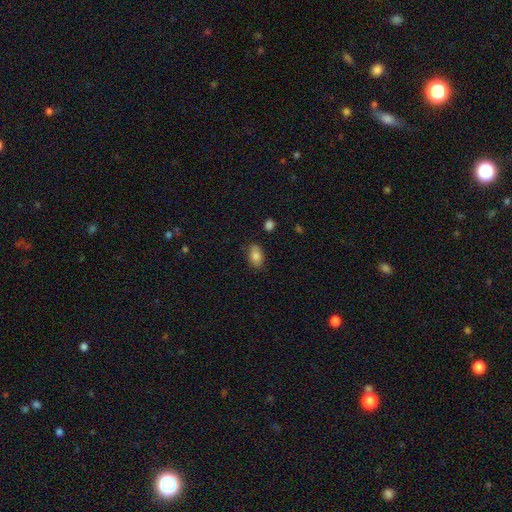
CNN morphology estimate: Smooth or featured? Predicted: smooth (p=0.85). How rounded? Predicted: in between (p=0.90). Merging? Predicted: none (p=0.82).